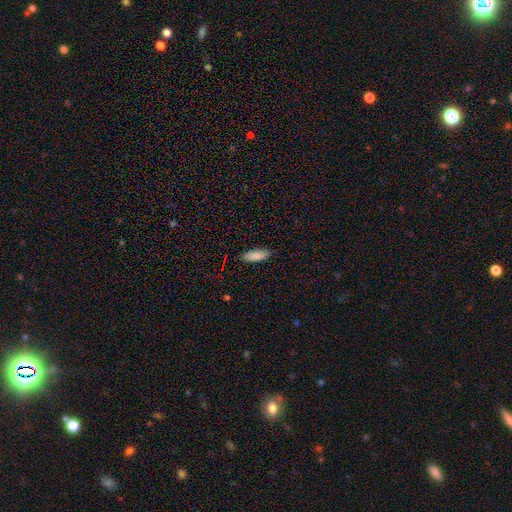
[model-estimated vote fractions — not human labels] smooth_or_featured: smooth (p=0.86) [alt: featured or disk p=0.07]
how_rounded: in between (p=0.65) [alt: cigar-shaped p=0.33]
merging: none (p=0.85) [alt: minor disturbance p=0.12]